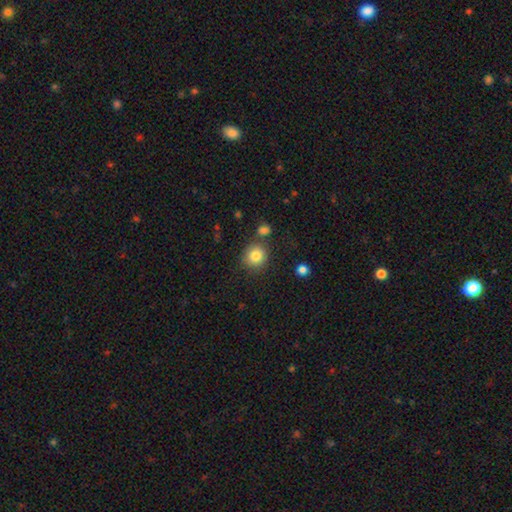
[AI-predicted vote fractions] Smooth or featured? Predicted: smooth (p=0.84). How rounded? Predicted: round (p=0.88). Merging? Predicted: none (p=0.78).